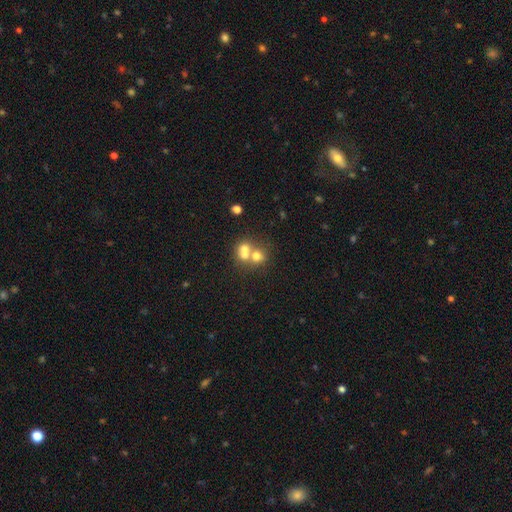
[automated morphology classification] Smooth or featured: smooth — 63% (featured or disk — 22%)
How rounded: round — 71% (in between — 28%)
Merging: merger — 63% (none — 29%)